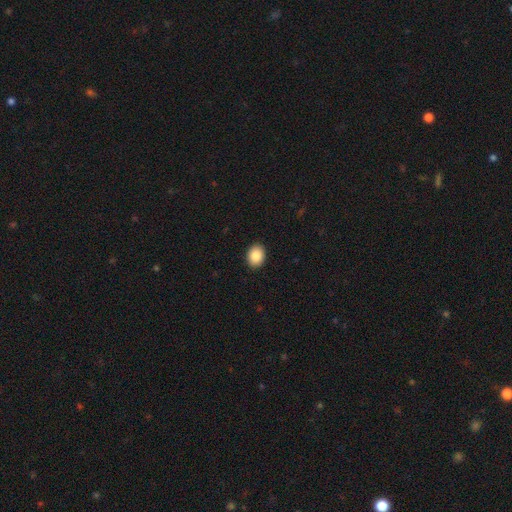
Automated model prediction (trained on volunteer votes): smooth-or-featured: smooth: 87% | star or artifact: 8% | featured or disk: 5%
  how-rounded: in between: 58% | round: 41% | cigar-shaped: 1%
  merging: none: 91% | minor disturbance: 6% | major disturbance: 2% | merger: 1%